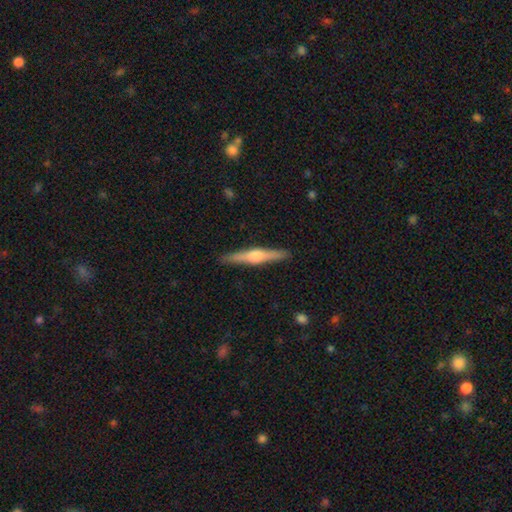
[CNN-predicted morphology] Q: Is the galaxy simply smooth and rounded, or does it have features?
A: featured or disk — 67%.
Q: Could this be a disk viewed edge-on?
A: yes — 98%.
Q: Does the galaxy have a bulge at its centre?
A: rounded — 88%.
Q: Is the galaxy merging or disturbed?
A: none — 91%.